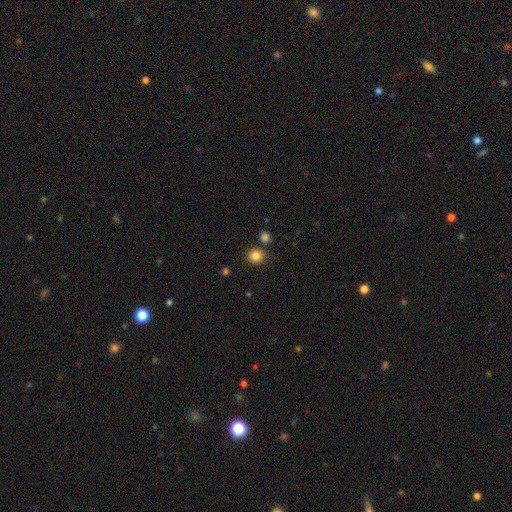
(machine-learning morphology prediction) type=smooth (84%); roundness=round (84%); merging=none (82%).